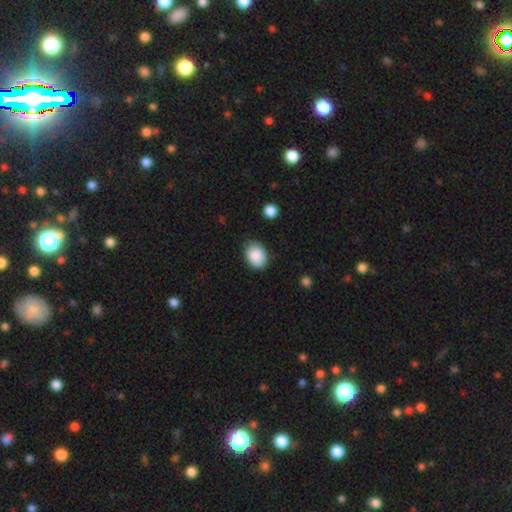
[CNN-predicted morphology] type=smooth (88%); roundness=in between (74%); merging=none (82%).